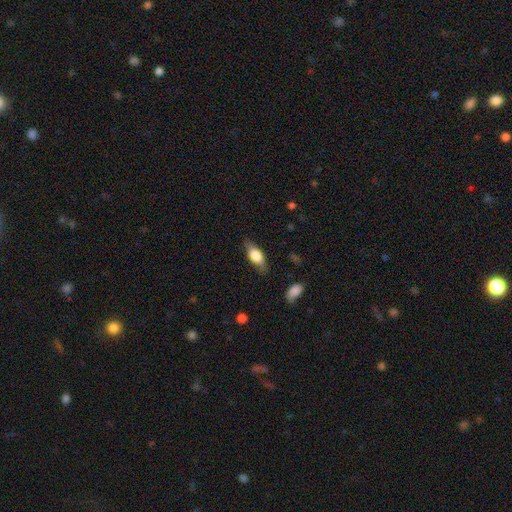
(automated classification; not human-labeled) This is likely a smooth galaxy (64%). How rounded: likely in between (76%). Merging: likely none (78%).